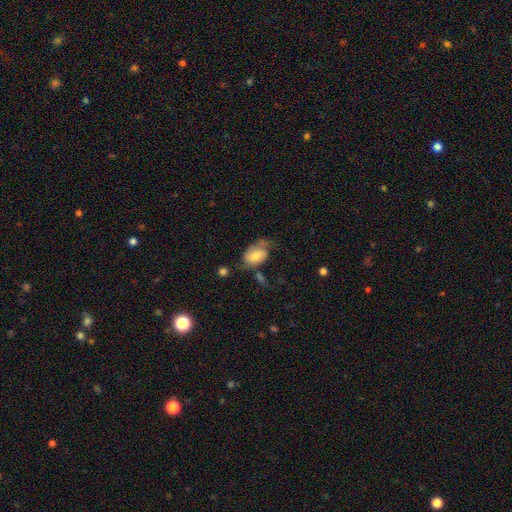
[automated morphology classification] The model was most divided on "smooth or featured": smooth: 49%, featured or disk: 43%, star or artifact: 8%. Remaining: merging — none (40%).